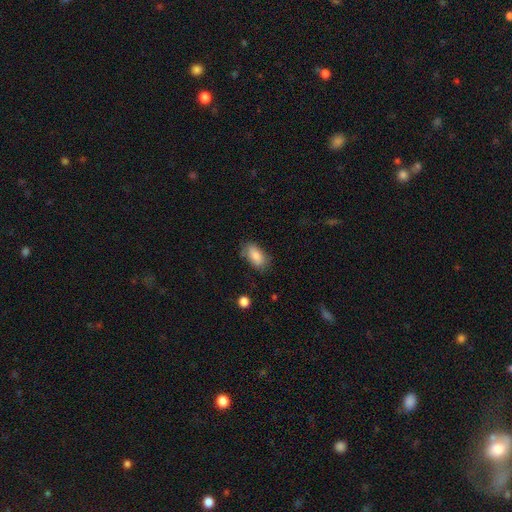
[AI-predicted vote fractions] This is clearly a smooth galaxy (83%). How rounded: clearly in between (92%). Merging: likely none (73%).